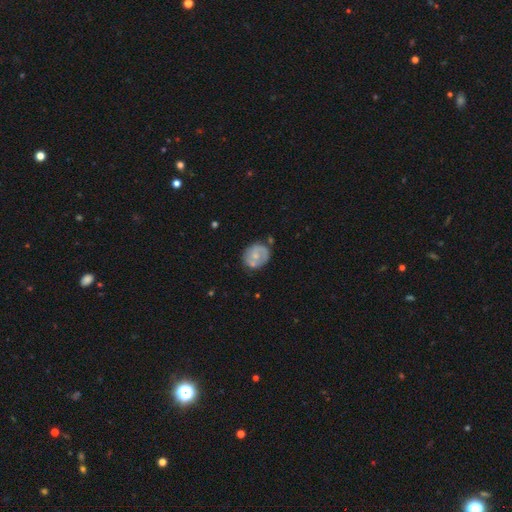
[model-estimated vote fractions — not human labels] A featured or disk galaxy (55%) with no bar (70%), spiral arms (61%) and a small central bulge (55%). Merging: none (63%).